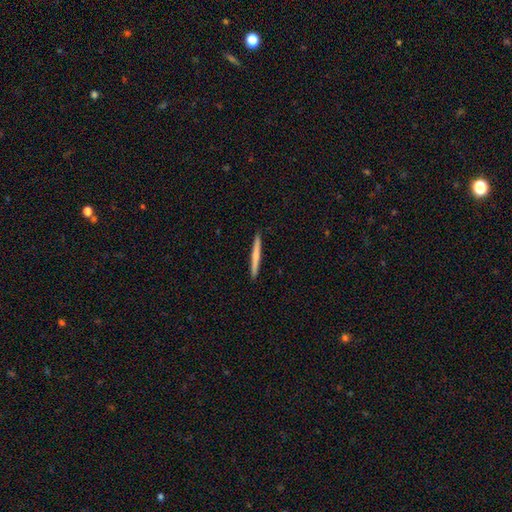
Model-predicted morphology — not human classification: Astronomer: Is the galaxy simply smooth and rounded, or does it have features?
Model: smooth — 60%.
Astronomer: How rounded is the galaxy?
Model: cigar-shaped — 97%.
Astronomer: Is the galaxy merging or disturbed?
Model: none — 93%.